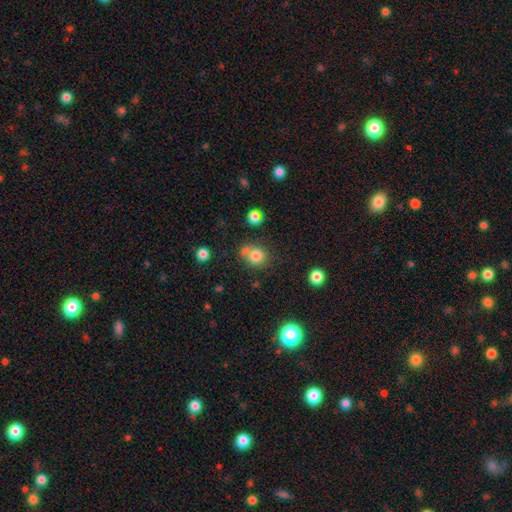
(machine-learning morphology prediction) A smooth galaxy with no disk features (78%) that is round (83%). Merging: none (59%).